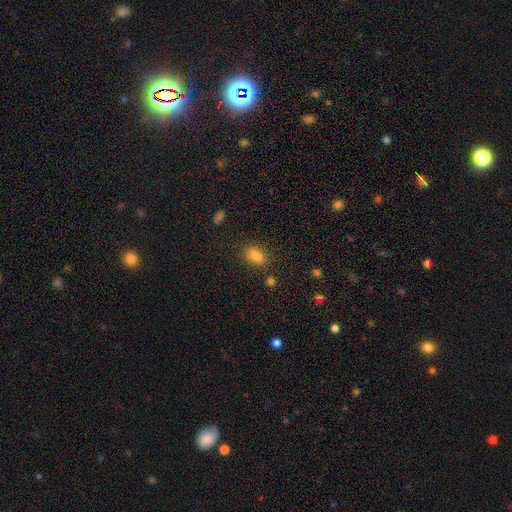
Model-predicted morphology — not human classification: Smooth or featured? Predicted: smooth (p=0.78). How rounded? Predicted: in between (p=0.75). Merging? Predicted: none (p=0.71).